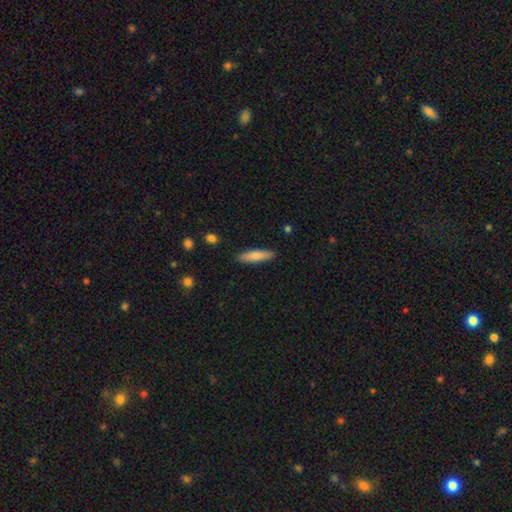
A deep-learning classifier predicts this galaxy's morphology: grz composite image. It shows a smooth galaxy with no disk features (81%) that is cigar-shaped (76%). Merging: none (89%).